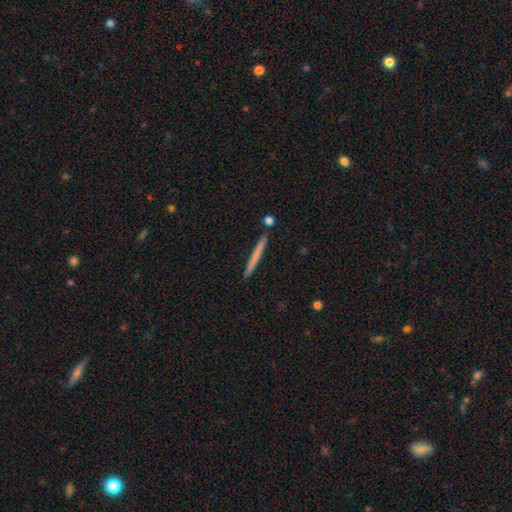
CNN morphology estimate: smooth-or-featured: smooth: 62% | featured or disk: 32% | star or artifact: 6%
  how-rounded: cigar-shaped: 97% | in between: 2% | round: 1%
  merging: none: 90% | minor disturbance: 6% | merger: 3% | major disturbance: 1%